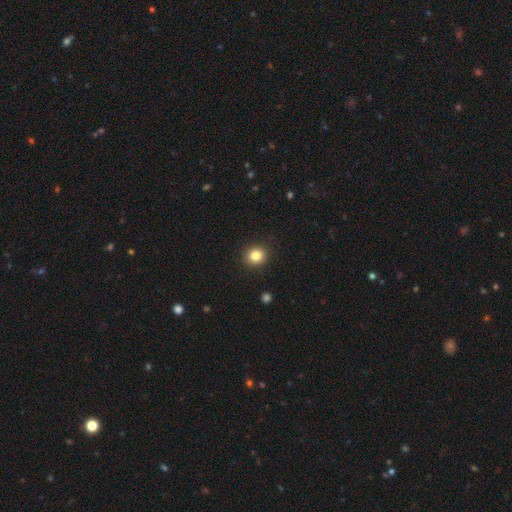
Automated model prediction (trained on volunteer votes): This appears to be a smooth galaxy with no disk features (83%) that is round (83%). Merging: none (91%).